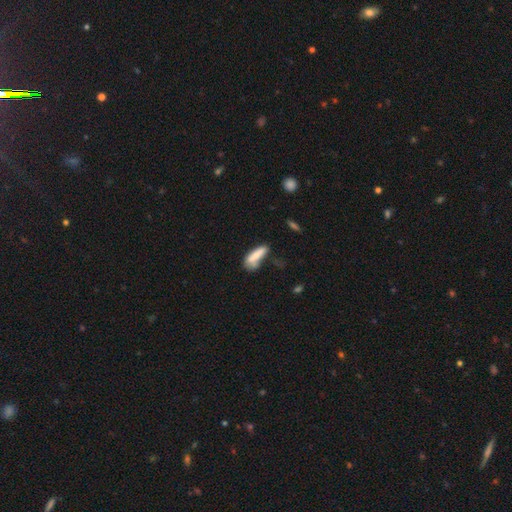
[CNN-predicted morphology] The model was most divided on "how rounded": cigar-shaped: 51%, in between: 47%, round: 2%. Remaining: smooth or featured — smooth (72%); merging — none (34%).